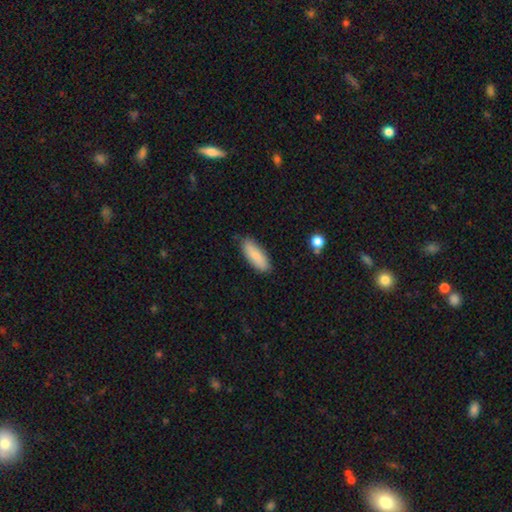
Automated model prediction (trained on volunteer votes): smooth 83%, featured or disk 12%, star or artifact 6%. Down the decision tree: how rounded — in between (63%); merging — none (83%).